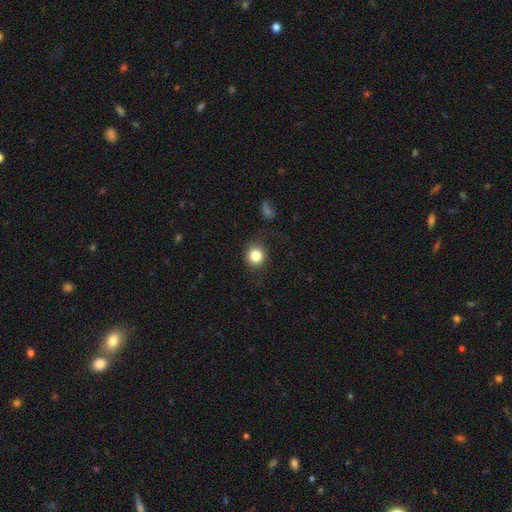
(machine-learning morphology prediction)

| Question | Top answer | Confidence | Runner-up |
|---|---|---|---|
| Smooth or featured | smooth | 83% | star or artifact (10%) |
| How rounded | round | 87% | in between (12%) |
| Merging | none | 82% | minor disturbance (11%) |